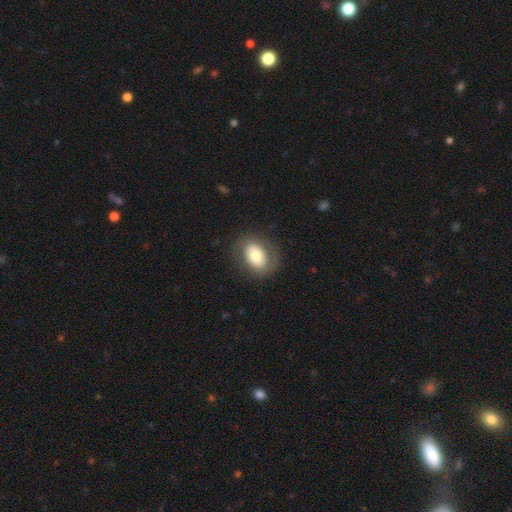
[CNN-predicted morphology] Smooth or featured: smooth — 65% (featured or disk — 28%)
How rounded: in between — 71% (round — 28%)
Merging: none — 80% (minor disturbance — 13%)